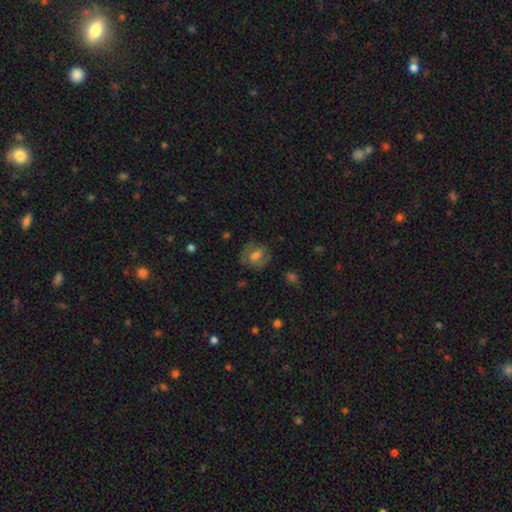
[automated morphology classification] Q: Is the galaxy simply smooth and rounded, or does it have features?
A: smooth — 50%.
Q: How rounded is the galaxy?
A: round — 69%.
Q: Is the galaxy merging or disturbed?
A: none — 76%.